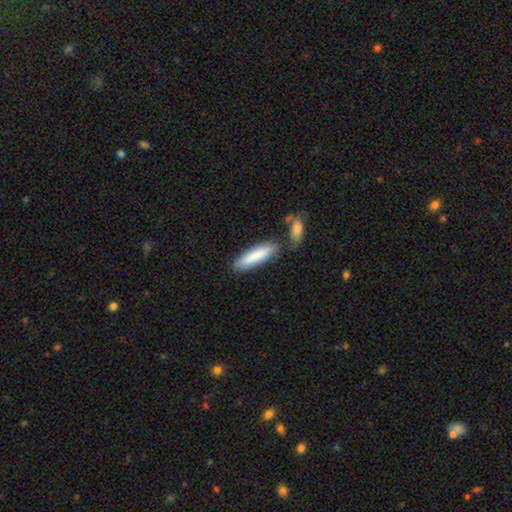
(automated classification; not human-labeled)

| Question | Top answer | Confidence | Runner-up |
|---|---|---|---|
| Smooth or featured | smooth | 83% | featured or disk (12%) |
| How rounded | cigar-shaped | 69% | in between (30%) |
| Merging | none | 74% | minor disturbance (13%) |